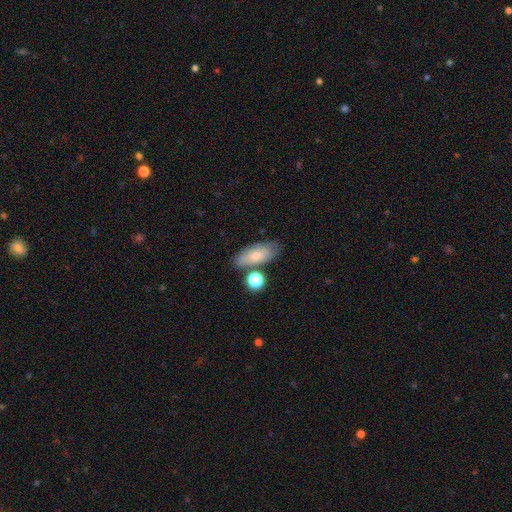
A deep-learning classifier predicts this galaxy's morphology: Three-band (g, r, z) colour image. It shows a smooth galaxy with no disk features (74%) that is in between round and cigar-shaped (82%). Merging: none (65%).